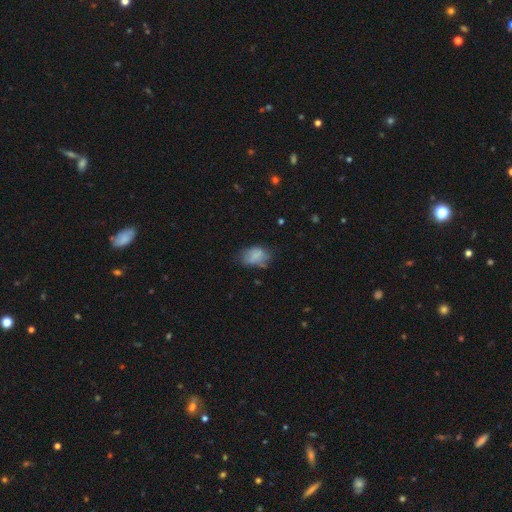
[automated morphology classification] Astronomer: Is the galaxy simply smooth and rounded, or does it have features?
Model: smooth — 71%.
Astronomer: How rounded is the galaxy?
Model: in between — 81%.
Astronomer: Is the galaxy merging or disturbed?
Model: none — 49% (runner-up: minor disturbance, 33%).